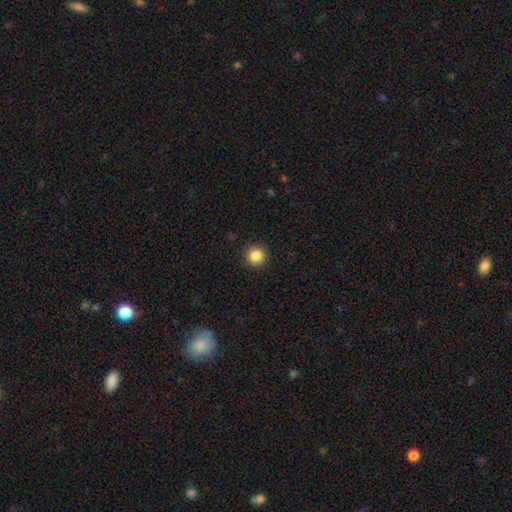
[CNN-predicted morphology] A smooth galaxy with no disk features (87%) that is round (95%).

Vote fractions:
- Smooth or featured? smooth: 87% / star or artifact: 10% / featured or disk: 3%
- How rounded? round: 95% / in between: 4% / cigar-shaped: 1%
- Merging? none: 92% / minor disturbance: 5% / major disturbance: 2% / merger: 1%